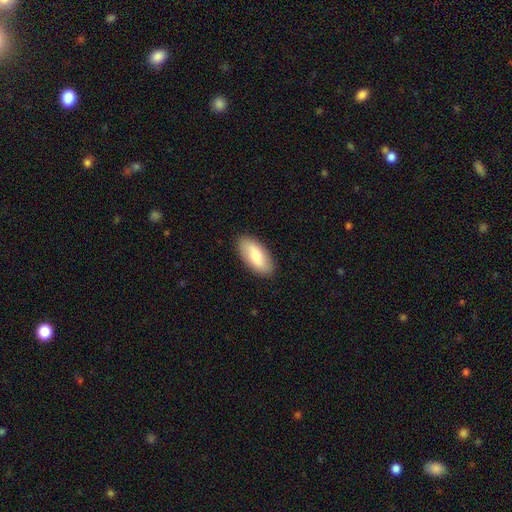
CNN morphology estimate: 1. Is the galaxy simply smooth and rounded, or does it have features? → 72% smooth, 22% featured or disk, 5% star or artifact.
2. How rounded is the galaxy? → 91% in between, 7% cigar-shaped, 2% round.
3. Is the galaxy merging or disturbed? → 89% none, 8% minor disturbance, 2% major disturbance, 1% merger.